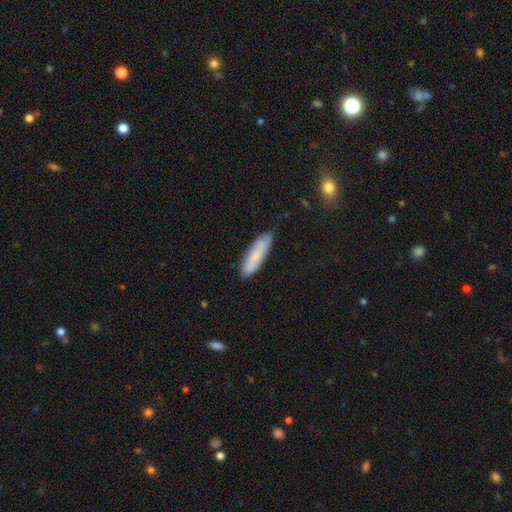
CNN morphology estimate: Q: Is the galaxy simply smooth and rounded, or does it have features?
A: smooth — 68%.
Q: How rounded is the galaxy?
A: cigar-shaped — 70%.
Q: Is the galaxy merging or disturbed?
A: none — 79%.